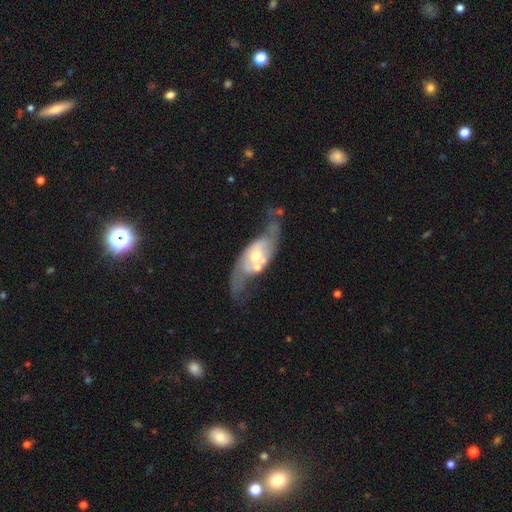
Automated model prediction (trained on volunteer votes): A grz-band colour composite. It shows a featured or disk galaxy (80%) with no bar (65%), 2 (85%) loose (49%) spiral arms (84%) and a moderate central bulge (56%). Merging: none (46%).